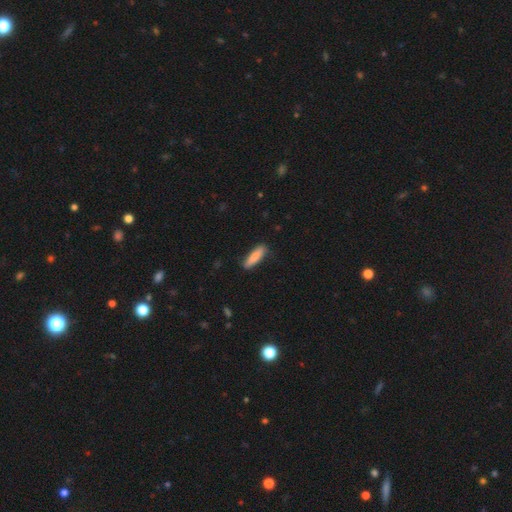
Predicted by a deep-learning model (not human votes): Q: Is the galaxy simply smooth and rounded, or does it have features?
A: smooth — 85%.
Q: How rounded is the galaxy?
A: cigar-shaped — 69%.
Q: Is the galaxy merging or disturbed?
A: none — 84%.